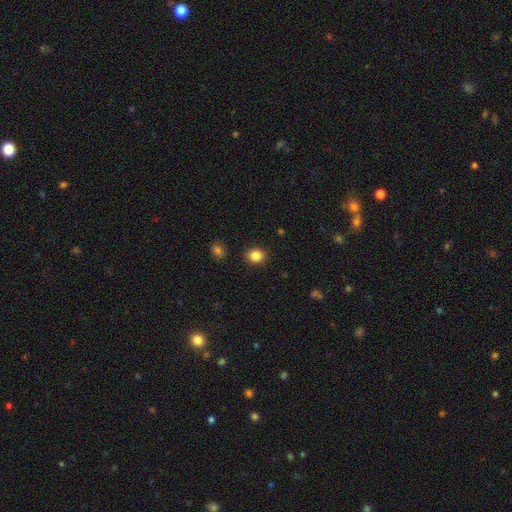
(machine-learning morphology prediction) The model was most divided on "how rounded": round: 70%, in between: 30%, cigar-shaped: 1%. More confident: merging — none (90%); smooth or featured — smooth (85%).